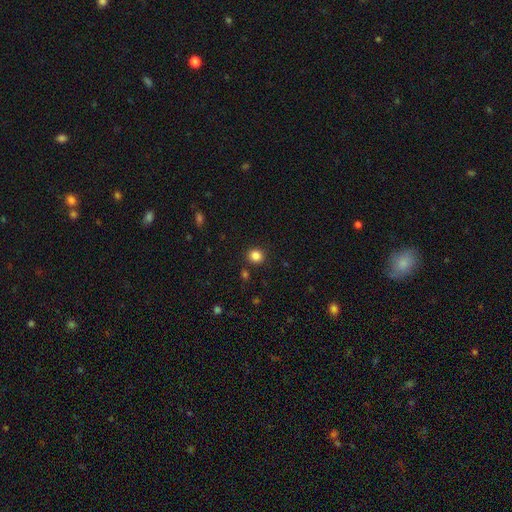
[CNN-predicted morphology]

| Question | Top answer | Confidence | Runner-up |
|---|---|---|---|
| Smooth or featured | smooth | 84% | star or artifact (12%) |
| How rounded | round | 82% | in between (17%) |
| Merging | none | 88% | minor disturbance (7%) |